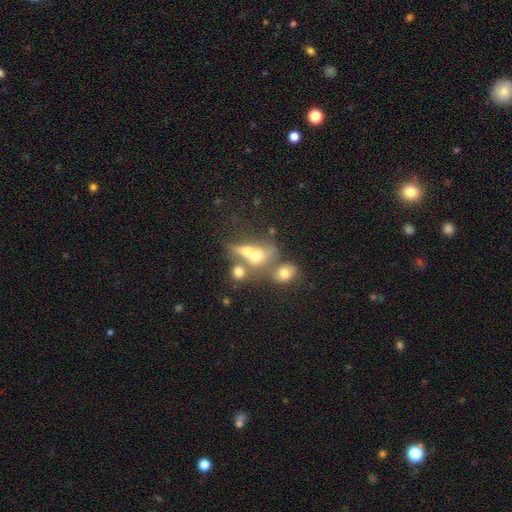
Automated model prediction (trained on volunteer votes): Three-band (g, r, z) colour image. It shows a smooth galaxy with no disk features (56%) that is round (51%). Merging: merger (56%).